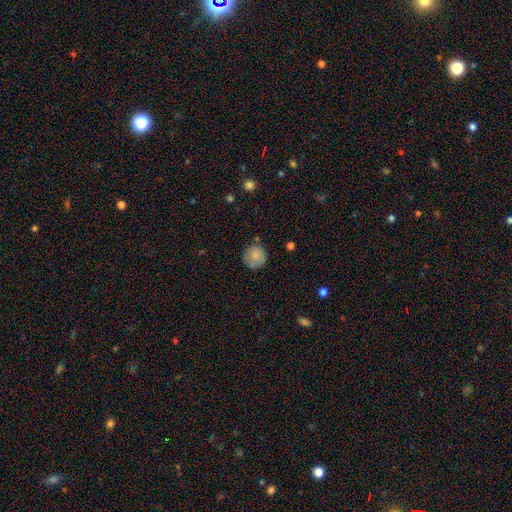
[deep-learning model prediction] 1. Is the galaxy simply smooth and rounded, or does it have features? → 81% smooth, 10% featured or disk, 8% star or artifact.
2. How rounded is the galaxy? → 92% round, 7% in between, 1% cigar-shaped.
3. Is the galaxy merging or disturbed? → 74% none, 18% minor disturbance, 4% major disturbance, 4% merger.